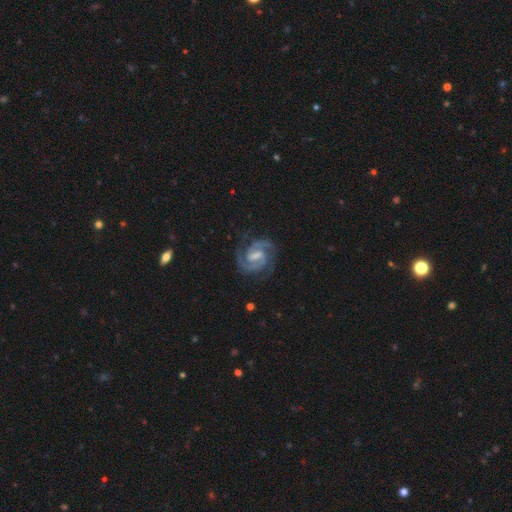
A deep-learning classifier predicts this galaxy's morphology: Q: Smooth or featured?
A: featured or disk (92%); runner-up: star or artifact (4%)
Q: Edge-on disk?
A: no (98%); runner-up: yes (2%)
Q: Bar?
A: weak (50%); runner-up: strong (39%)
Q: Spiral arms?
A: yes (98%); runner-up: no (2%)
Q: Spiral winding?
A: medium (48%); runner-up: tight (46%)
Q: Spiral arm count?
A: 2 (86%); runner-up: 3 (7%)
Q: Bulge size?
A: moderate (36%); runner-up: small (32%)
Q: Merging?
A: none (78%); runner-up: minor disturbance (15%)